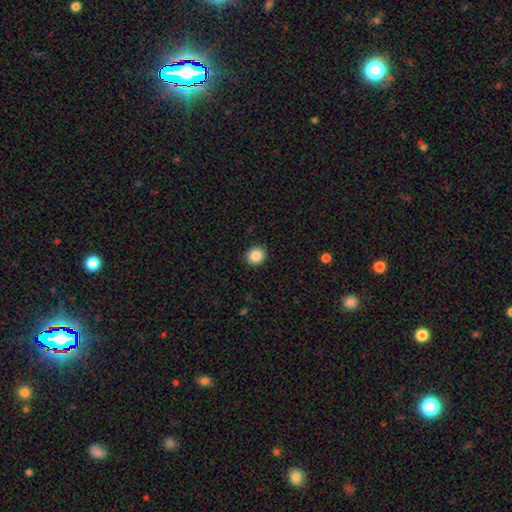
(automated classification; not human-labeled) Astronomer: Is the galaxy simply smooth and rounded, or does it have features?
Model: smooth — 87%.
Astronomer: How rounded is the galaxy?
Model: round — 78%.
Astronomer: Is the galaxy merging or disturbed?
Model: none — 91%.